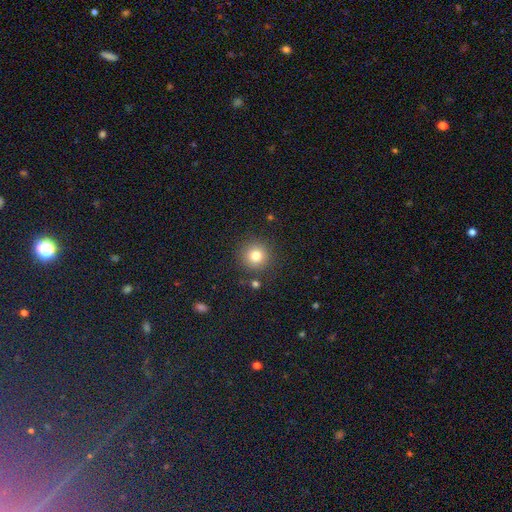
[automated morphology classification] A smooth galaxy with no disk features (80%) that is round (94%). Merging: none (87%).